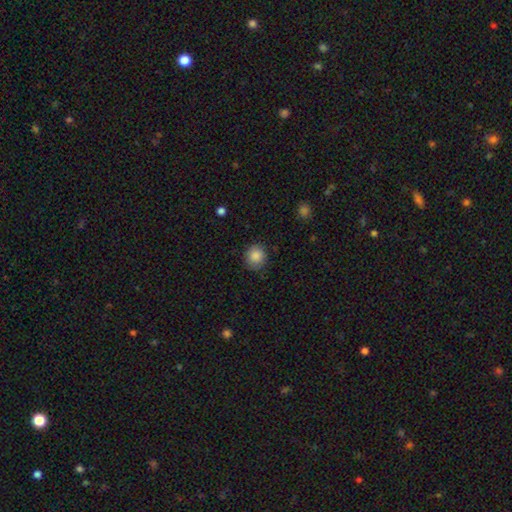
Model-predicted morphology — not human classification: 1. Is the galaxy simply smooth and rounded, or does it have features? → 87% smooth, 9% star or artifact, 4% featured or disk.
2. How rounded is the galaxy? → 87% round, 12% in between, 1% cigar-shaped.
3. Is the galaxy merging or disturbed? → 86% none, 10% minor disturbance, 3% major disturbance, 1% merger.